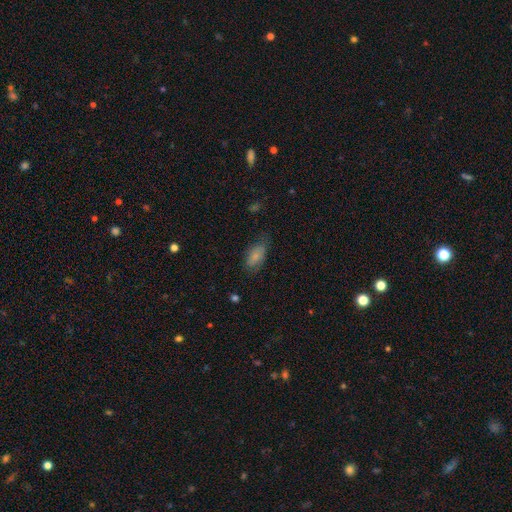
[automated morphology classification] smooth-or-featured: smooth: 78% | featured or disk: 14% | star or artifact: 8%
  how-rounded: in between: 91% | cigar-shaped: 6% | round: 4%
  merging: none: 63% | minor disturbance: 27% | major disturbance: 9% | merger: 2%